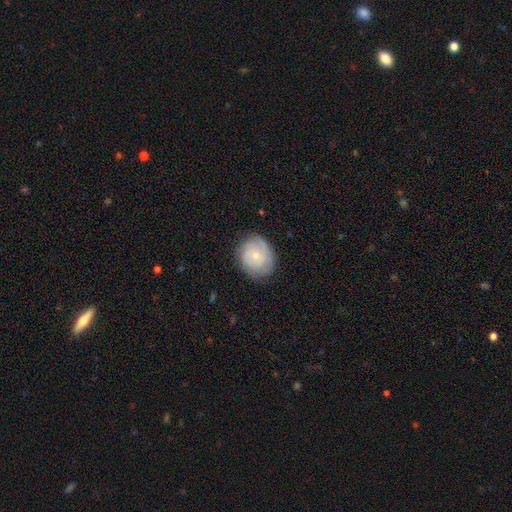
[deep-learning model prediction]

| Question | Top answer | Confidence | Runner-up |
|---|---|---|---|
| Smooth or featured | smooth | 52% | featured or disk (41%) |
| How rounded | round | 77% | in between (22%) |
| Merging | none | 76% | minor disturbance (18%) |